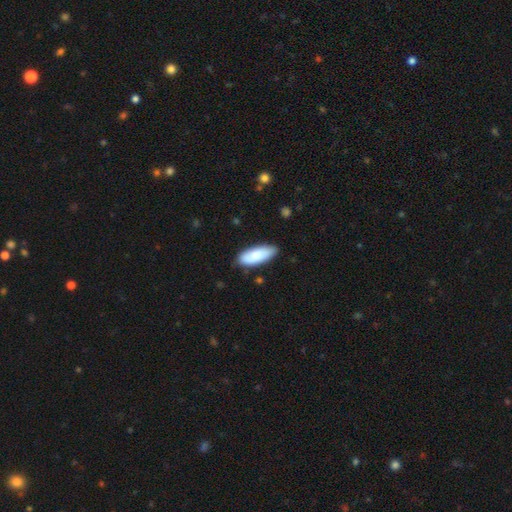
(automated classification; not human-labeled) smooth_or_featured: smooth (p=0.86) [alt: featured or disk p=0.09]
how_rounded: in between (p=0.77) [alt: cigar-shaped p=0.22]
merging: none (p=0.81) [alt: minor disturbance p=0.15]